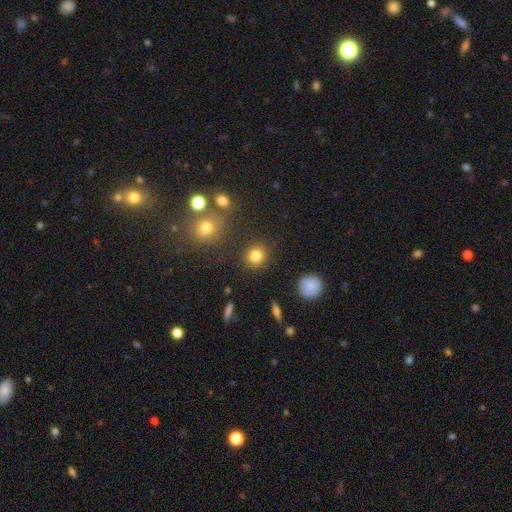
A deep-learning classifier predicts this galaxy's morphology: smooth 83%, star or artifact 12%, featured or disk 6%. Down the decision tree: how rounded — round (88%); merging — none (87%).